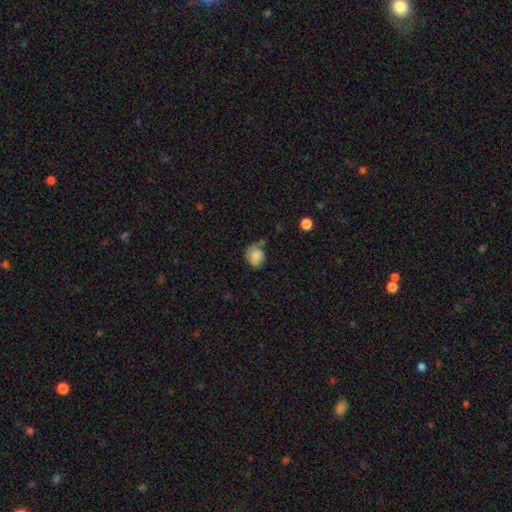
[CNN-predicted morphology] This is likely a smooth galaxy (75%). How rounded: likely round (65%). Merging: possibly none (50%).